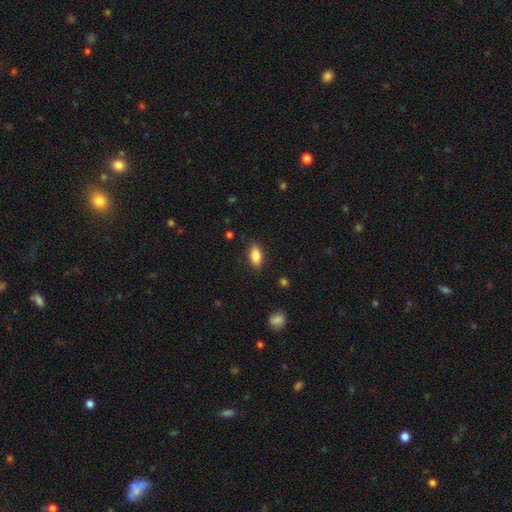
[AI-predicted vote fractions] A smooth galaxy with no disk features (84%) that is in between round and cigar-shaped (87%).

Vote fractions:
- Smooth or featured? smooth: 84% / featured or disk: 8% / star or artifact: 7%
- How rounded? in between: 87% / cigar-shaped: 9% / round: 3%
- Merging? none: 86% / minor disturbance: 10% / major disturbance: 2% / merger: 1%